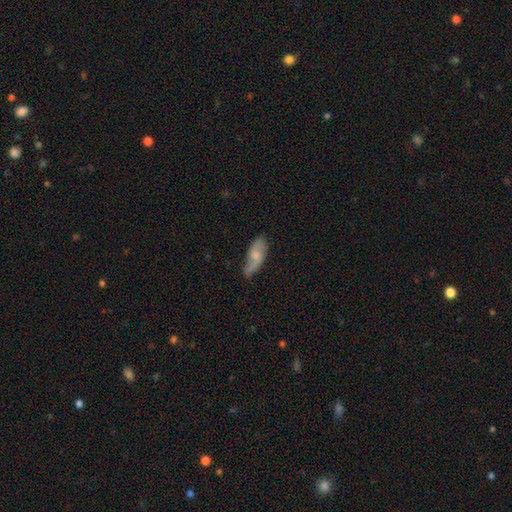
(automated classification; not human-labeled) This appears to be a smooth galaxy with no disk features (49%). Merging: none (57%).